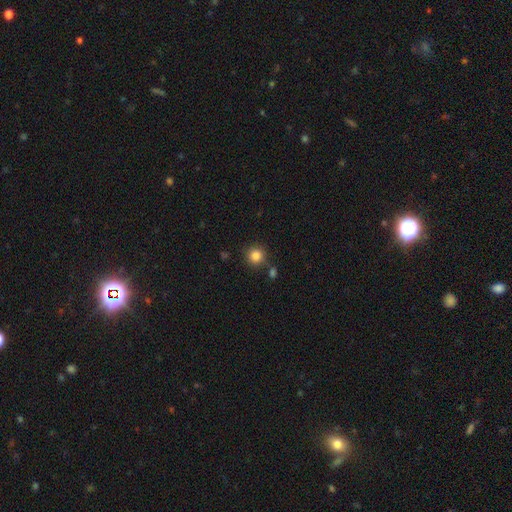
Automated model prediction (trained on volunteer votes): Q: Smooth or featured?
A: smooth (85%); runner-up: star or artifact (11%)
Q: How rounded?
A: round (93%); runner-up: in between (6%)
Q: Merging?
A: none (82%); runner-up: minor disturbance (9%)